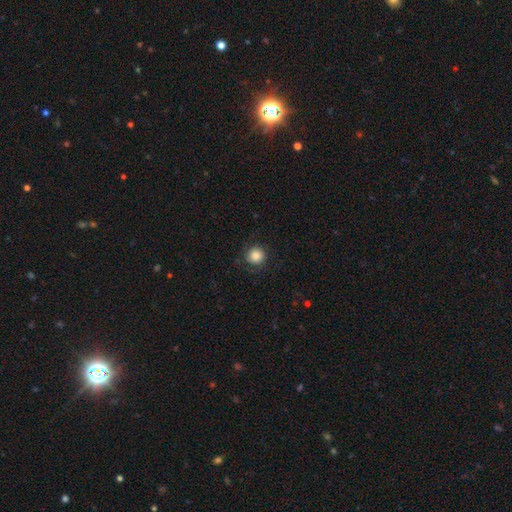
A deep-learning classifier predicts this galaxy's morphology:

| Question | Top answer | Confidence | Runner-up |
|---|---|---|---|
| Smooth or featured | smooth | 82% | star or artifact (10%) |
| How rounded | round | 94% | in between (6%) |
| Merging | none | 83% | minor disturbance (11%) |